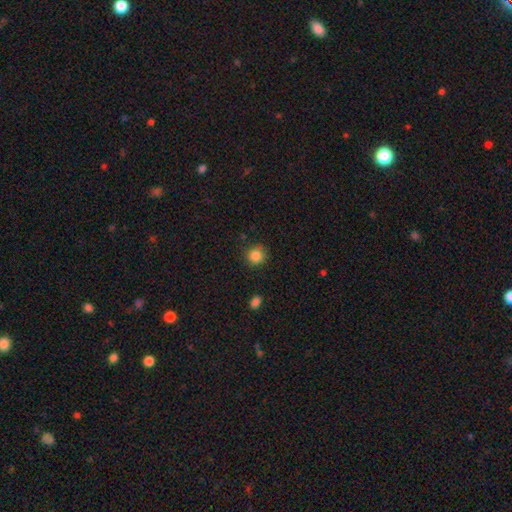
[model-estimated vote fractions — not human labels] Smooth or featured? Predicted: smooth (p=0.85). How rounded? Predicted: round (p=0.92). Merging? Predicted: none (p=0.86).